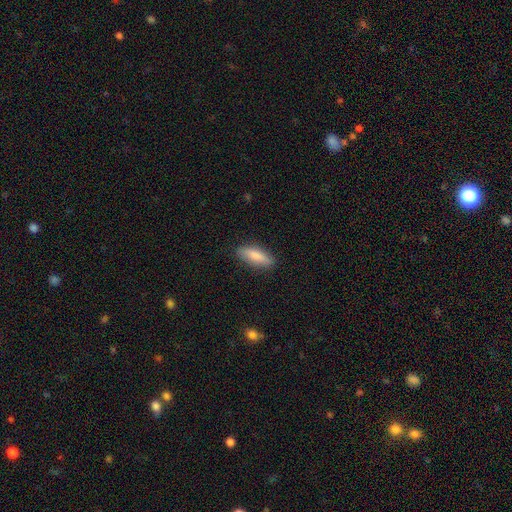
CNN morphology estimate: smooth_or_featured: smooth (p=0.81) [alt: featured or disk p=0.13]
how_rounded: in between (p=0.55) [alt: cigar-shaped p=0.43]
merging: none (p=0.85) [alt: minor disturbance p=0.12]